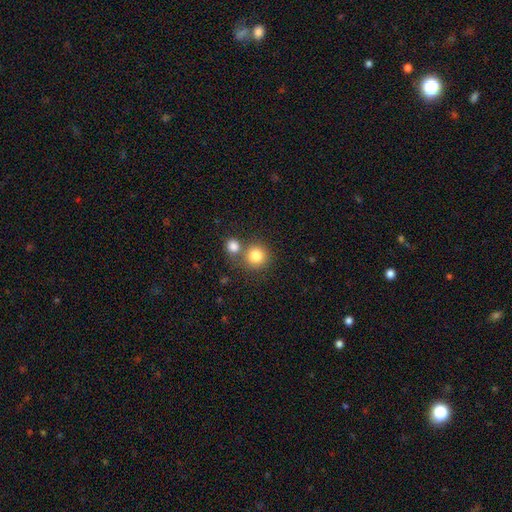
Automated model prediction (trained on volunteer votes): A smooth galaxy with no disk features (82%) that is round (90%).

Vote fractions:
- Smooth or featured? smooth: 82% / star or artifact: 11% / featured or disk: 8%
- How rounded? round: 90% / in between: 9% / cigar-shaped: 1%
- Merging? none: 60% / merger: 29% / minor disturbance: 8% / major disturbance: 3%